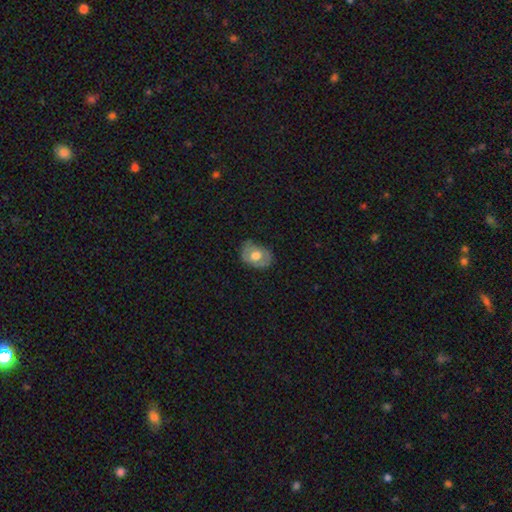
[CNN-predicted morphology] Smooth or featured?
  - smooth: 52% *
  - featured or disk: 41%
  - star or artifact: 7%
How rounded?
  - in between: 70% *
  - round: 29%
  - cigar-shaped: 1%
Merging?
  - none: 68% *
  - minor disturbance: 24%
  - major disturbance: 7%
  - merger: 1%